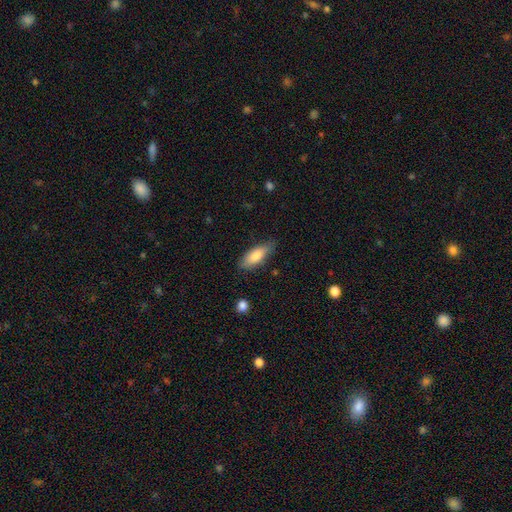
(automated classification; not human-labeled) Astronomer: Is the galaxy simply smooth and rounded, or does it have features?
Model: smooth — 80%.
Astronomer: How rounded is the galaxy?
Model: in between — 72%.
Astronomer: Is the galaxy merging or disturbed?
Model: none — 75%.